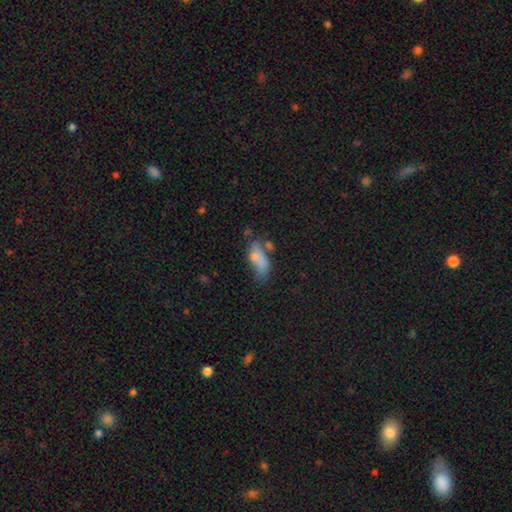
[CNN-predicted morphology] Smooth or featured? Predicted: smooth (p=0.66). How rounded? Predicted: in between (p=0.77). Merging? Predicted: none (p=0.43).